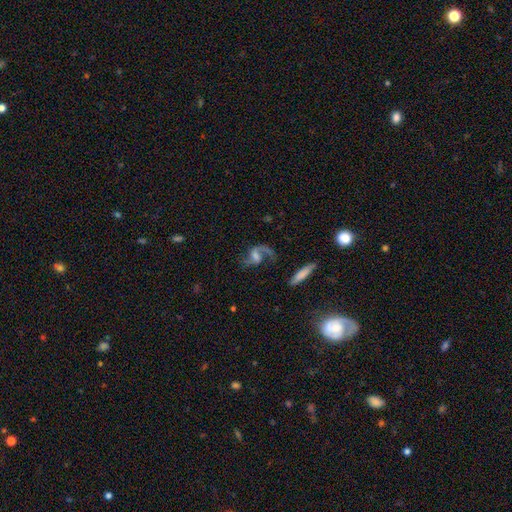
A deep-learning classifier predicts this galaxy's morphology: featured or disk 81%, smooth 12%, star or artifact 7%. Down the decision tree: edge-on disk — no (96%); bar — weak (46%); spiral arms — yes (94%); spiral arm count — 2 (72%); spiral winding — loose (61%); bulge size — none (31%); merging — none (55%).